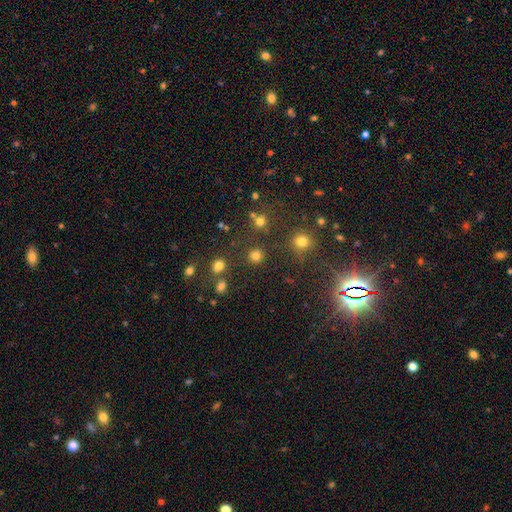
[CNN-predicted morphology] Smooth or featured? smooth (79%)
How rounded? round (92%)
Merging? none (83%)